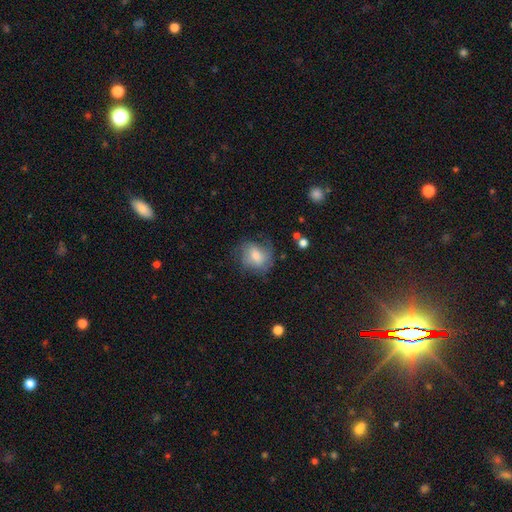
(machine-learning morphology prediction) smooth-or-featured: smooth: 57% | featured or disk: 34% | star or artifact: 9%
  how-rounded: round: 59% | in between: 39% | cigar-shaped: 1%
  merging: none: 55% | minor disturbance: 26% | major disturbance: 17% | merger: 2%